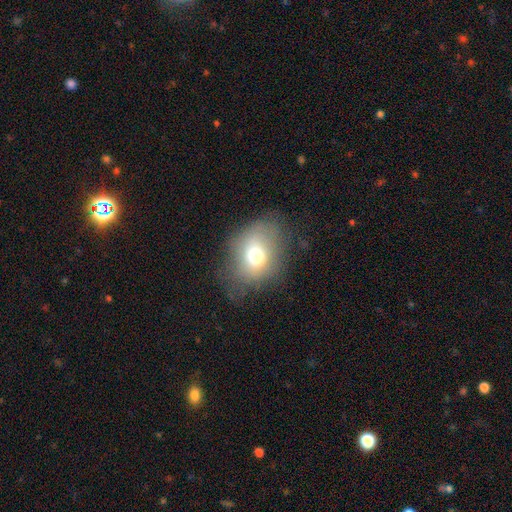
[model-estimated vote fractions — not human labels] smooth_or_featured: smooth (p=0.68) [alt: featured or disk p=0.19]
how_rounded: in between (p=0.50) [alt: round p=0.48]
merging: none (p=0.63) [alt: minor disturbance p=0.23]